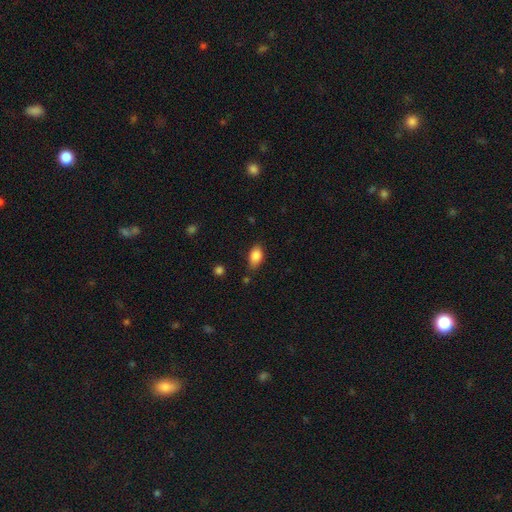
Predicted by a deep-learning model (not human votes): smooth 86%, star or artifact 8%, featured or disk 6%. Down the decision tree: how rounded — in between (87%); merging — none (75%).